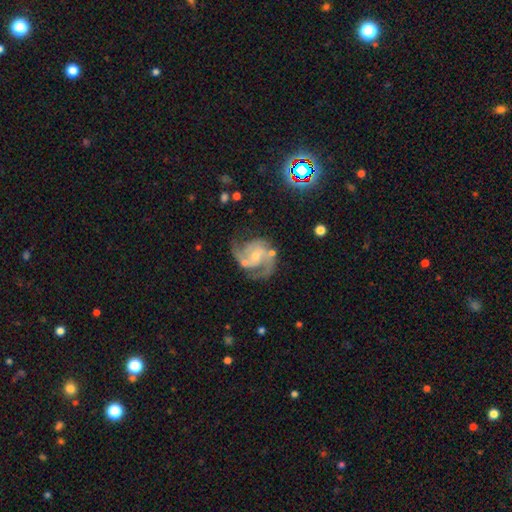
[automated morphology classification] This is clearly a featured or disk galaxy (89%). It is clearly not viewed edge-on (98%). Bar: possibly no (54%). Spiral arm pattern: clearly yes (97%). Spiral arm count: likely 2 (77%). Spiral winding: possibly medium (59%). Central bulge: possibly small (54%). Merging: likely none (63%).